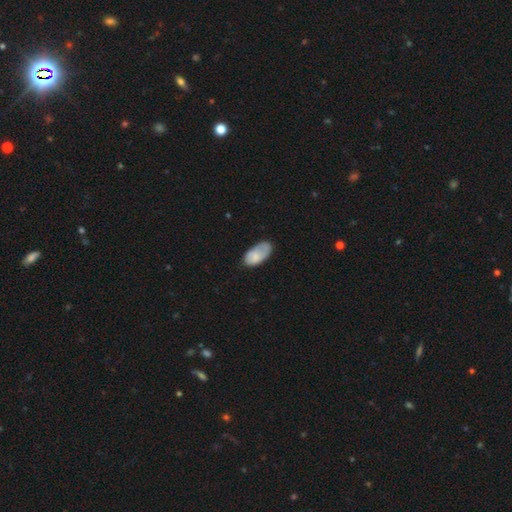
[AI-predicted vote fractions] Smooth or featured: smooth — 74% (featured or disk — 19%)
How rounded: in between — 94% (cigar-shaped — 3%)
Merging: none — 52% (minor disturbance — 34%)